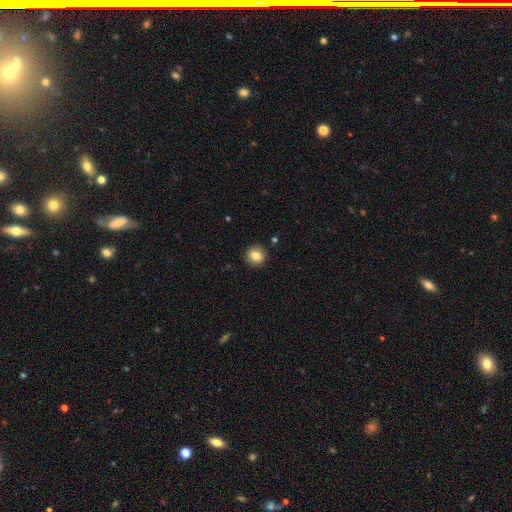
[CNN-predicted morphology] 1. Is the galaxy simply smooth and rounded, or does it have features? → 82% smooth, 9% star or artifact, 8% featured or disk.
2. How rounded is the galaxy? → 86% round, 14% in between, 1% cigar-shaped.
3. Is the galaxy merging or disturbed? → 91% none, 6% minor disturbance, 2% major disturbance, 1% merger.